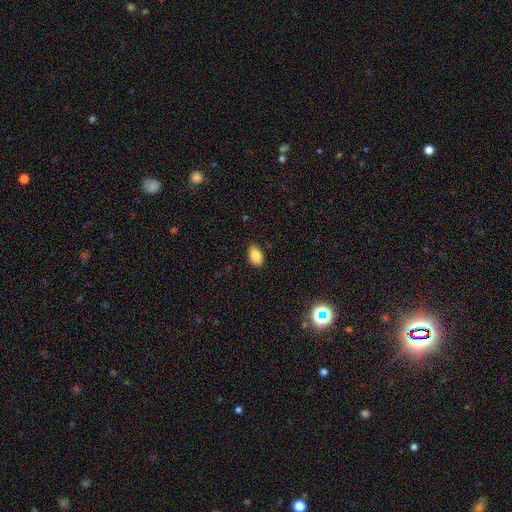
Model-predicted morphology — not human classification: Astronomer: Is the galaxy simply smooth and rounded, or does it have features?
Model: smooth — 87%.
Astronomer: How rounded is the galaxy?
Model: in between — 91%.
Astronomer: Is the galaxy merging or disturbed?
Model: none — 82%.